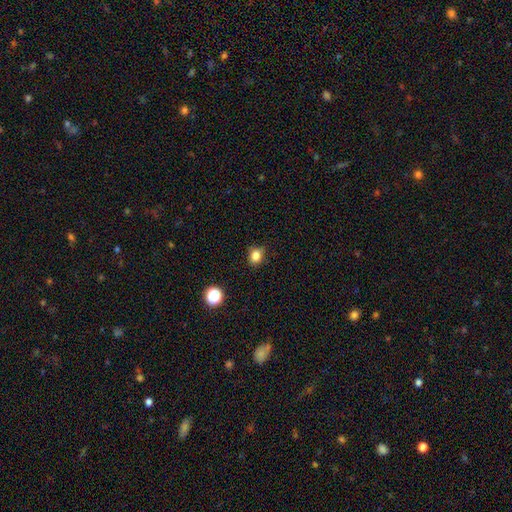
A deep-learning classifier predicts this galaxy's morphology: Q: Smooth or featured?
A: smooth (82%); runner-up: star or artifact (13%)
Q: How rounded?
A: round (54%); runner-up: in between (45%)
Q: Merging?
A: none (80%); runner-up: minor disturbance (15%)